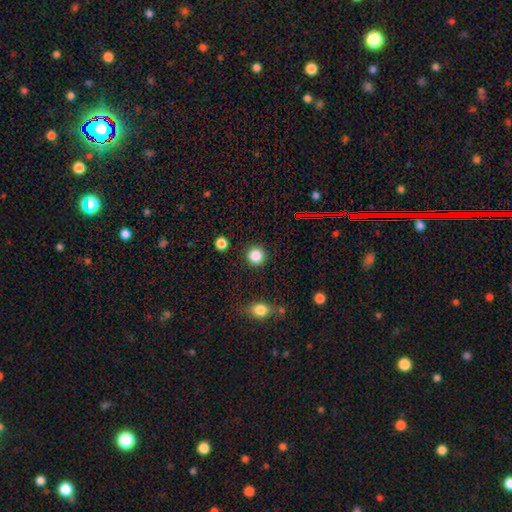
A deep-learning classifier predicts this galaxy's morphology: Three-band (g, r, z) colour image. It shows a smooth galaxy with no disk features (85%) that is round (94%). Merging: none (91%).